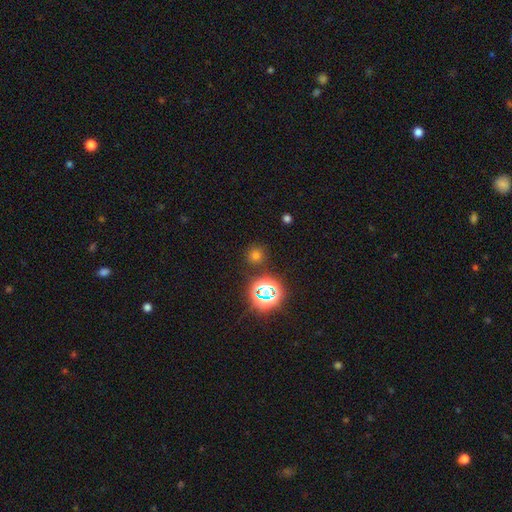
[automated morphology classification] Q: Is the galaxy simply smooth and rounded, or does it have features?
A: smooth — 65%.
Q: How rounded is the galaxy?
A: round — 91%.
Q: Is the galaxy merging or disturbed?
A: none — 85%.